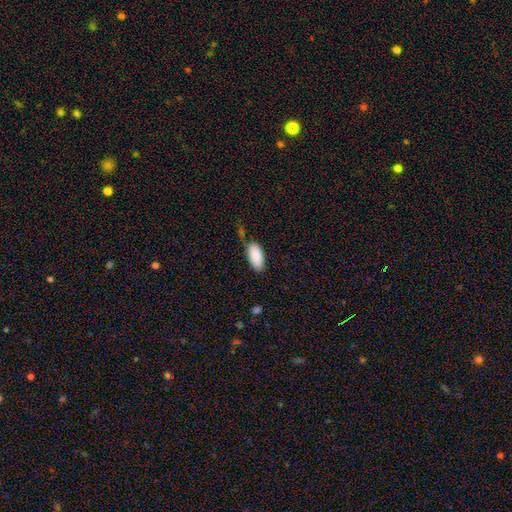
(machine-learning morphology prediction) type=smooth (89%); roundness=in between (93%); merging=none (70%).